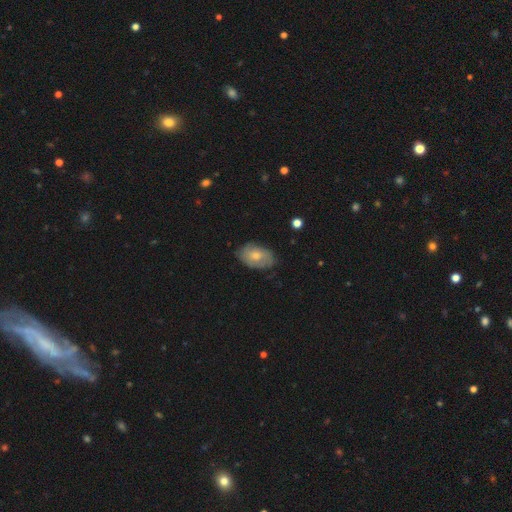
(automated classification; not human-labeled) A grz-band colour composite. It shows a smooth galaxy with no disk features (50%). Merging: none (71%).